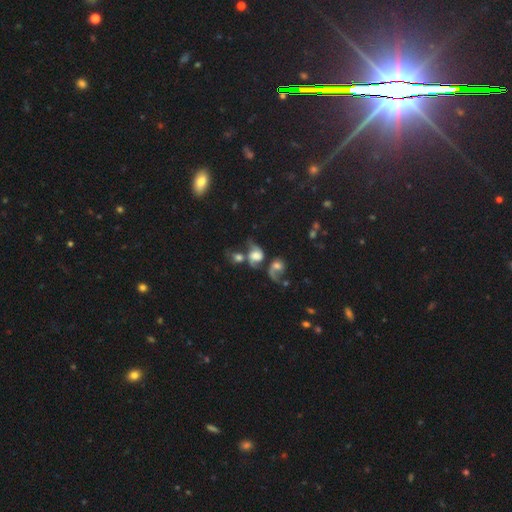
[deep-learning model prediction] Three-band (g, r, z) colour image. It shows a featured or disk galaxy (46%). Merging: merger (50%).